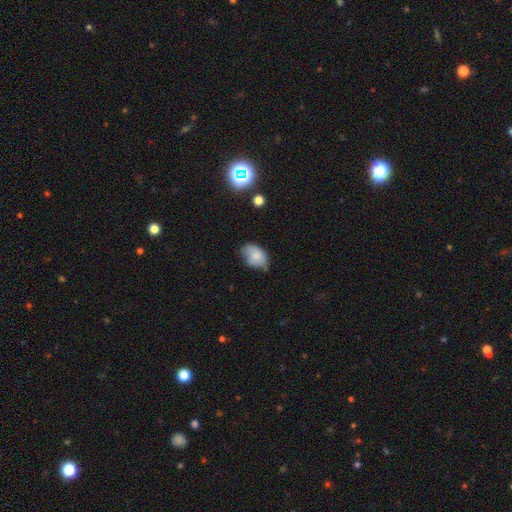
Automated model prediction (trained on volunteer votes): smooth_or_featured: smooth (p=0.78) [alt: featured or disk p=0.13]
how_rounded: in between (p=0.84) [alt: round p=0.15]
merging: none (p=0.48) [alt: minor disturbance p=0.41]